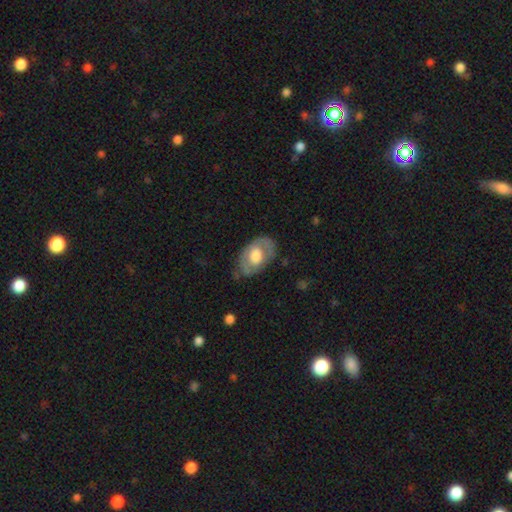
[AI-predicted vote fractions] This appears to be a featured or disk galaxy (47%, tied with smooth). Merging: none (68%).